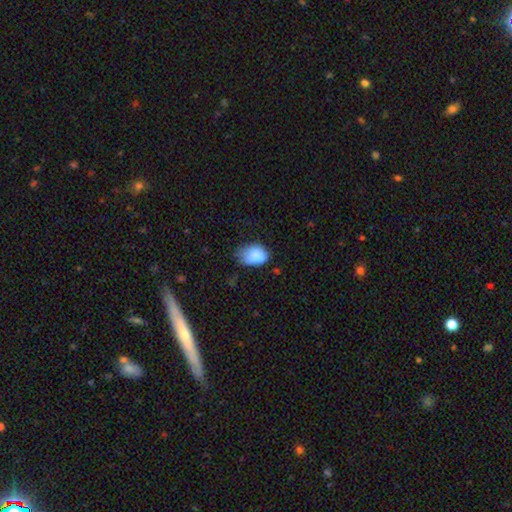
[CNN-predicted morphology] smooth-or-featured: smooth: 82% | star or artifact: 9% | featured or disk: 9%
  how-rounded: in between: 80% | round: 19% | cigar-shaped: 1%
  merging: minor disturbance: 43% | none: 37% | major disturbance: 17% | merger: 4%